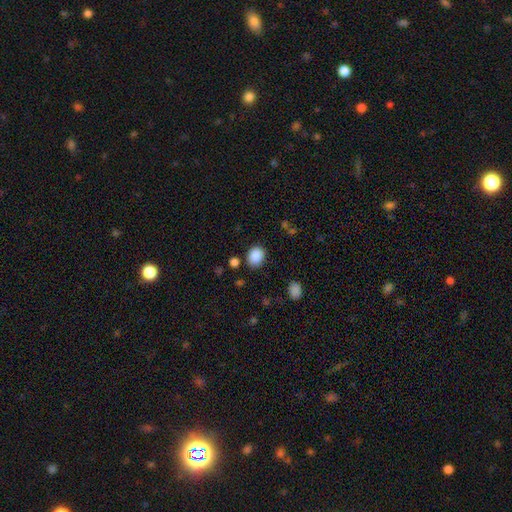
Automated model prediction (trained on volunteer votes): Overall: smooth (88%). How rounded: round (52%; in between 48%). Merging: none (82%).